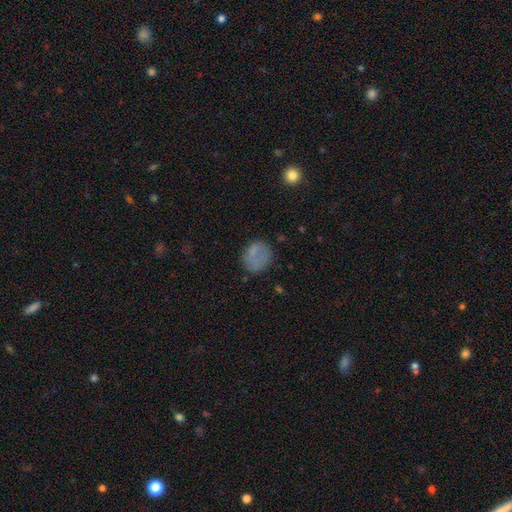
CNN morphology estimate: The model was most divided on "how rounded": round: 73%, in between: 25%, cigar-shaped: 1%. More confident: smooth or featured — smooth (72%); merging — none (70%).